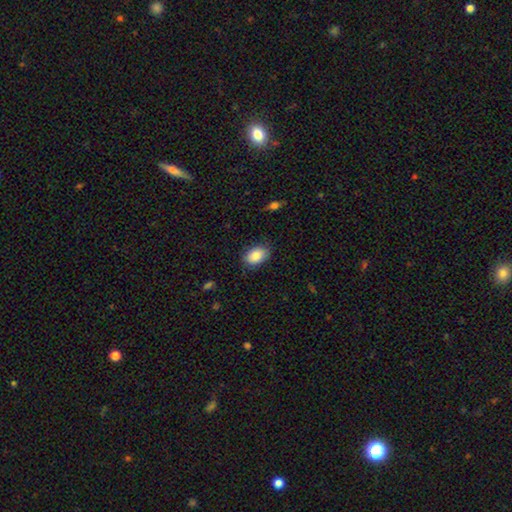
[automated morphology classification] A smooth galaxy with no disk features (87%) that is in between round and cigar-shaped (87%).

Vote fractions:
- Smooth or featured? smooth: 87% / star or artifact: 7% / featured or disk: 6%
- How rounded? in between: 87% / round: 12% / cigar-shaped: 1%
- Merging? none: 81% / minor disturbance: 15% / major disturbance: 3% / merger: 1%